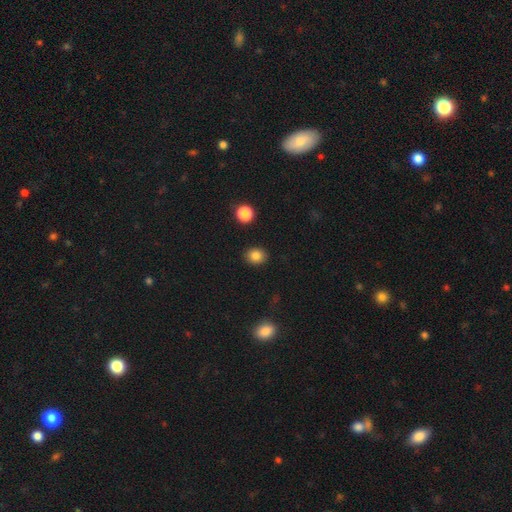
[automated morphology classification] smooth 84%, star or artifact 11%, featured or disk 5%. Down the decision tree: how rounded — round (64%); merging — none (89%).